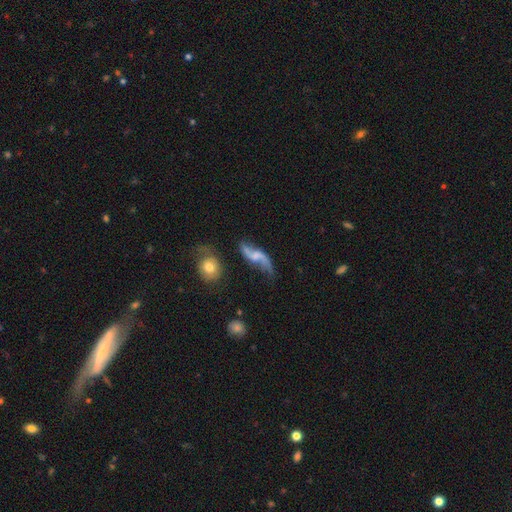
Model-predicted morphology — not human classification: smooth-or-featured: featured or disk: 82% | smooth: 12% | star or artifact: 6%
  disk-edge-on: no: 94% | yes: 6%
    bar: no: 44% | weak: 43% | strong: 12%
    has-spiral-arms: yes: 93% | no: 7%
      spiral-winding: loose: 90% | medium: 8% | tight: 2%
      spiral-arm-count: 2: 92% | 1: 3% | can't tell: 2% | 3: 1% | 4: 1% | more than 4: 1%
    bulge-size: small: 37% | none: 35% | moderate: 23% | large: 4% | dominant: 1%
  merging: none: 58% | minor disturbance: 21% | major disturbance: 14% | merger: 8%